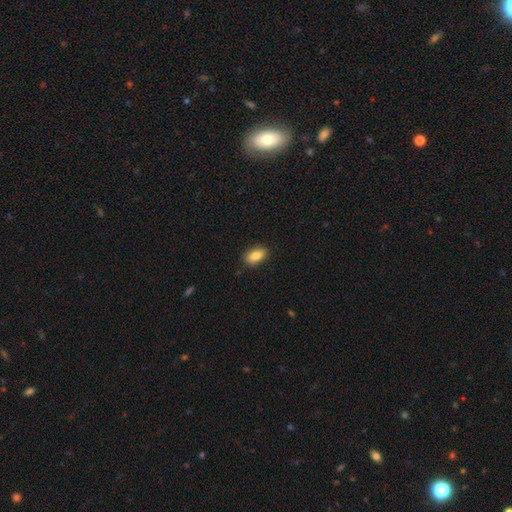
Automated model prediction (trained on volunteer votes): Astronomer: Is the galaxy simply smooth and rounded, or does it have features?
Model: smooth — 86%.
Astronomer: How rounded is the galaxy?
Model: in between — 90%.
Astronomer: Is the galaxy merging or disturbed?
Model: none — 87%.